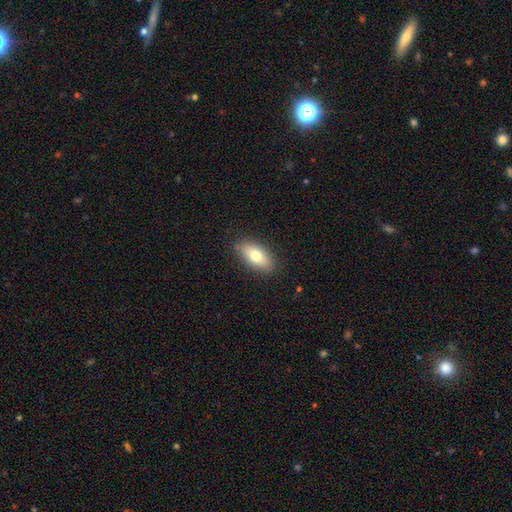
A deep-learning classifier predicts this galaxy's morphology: Smooth or featured? smooth (76%)
How rounded? in between (87%)
Merging? none (85%)